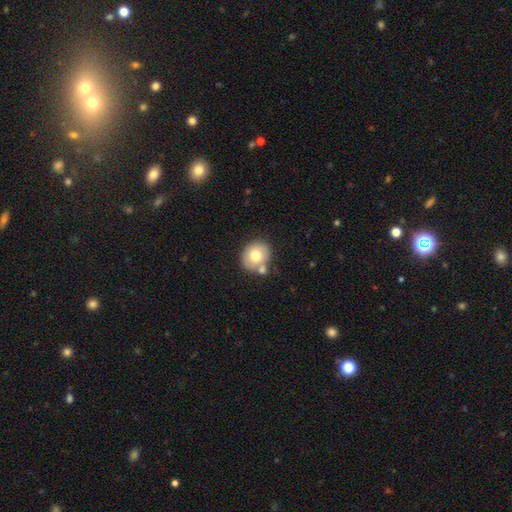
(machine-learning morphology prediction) type=smooth (71%); roundness=round (73%); merging=none (63%).